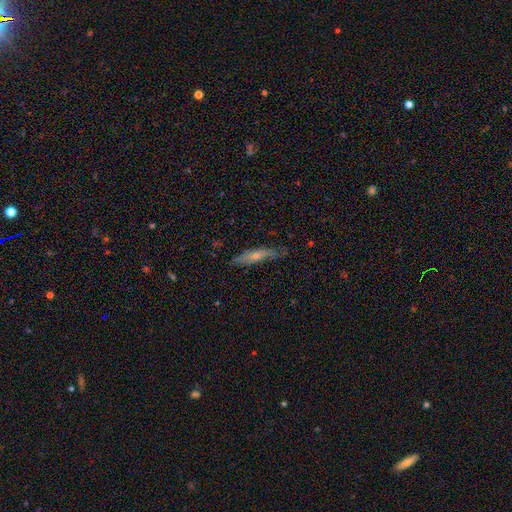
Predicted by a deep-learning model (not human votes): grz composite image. It shows a smooth galaxy with no disk features (55%) that is cigar-shaped (81%). Merging: none (74%).